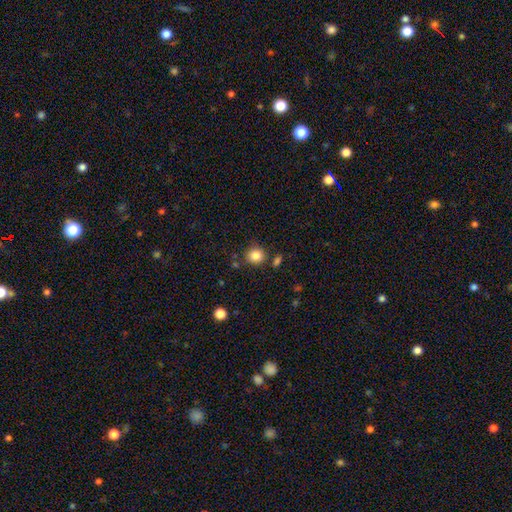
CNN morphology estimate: Q: Smooth or featured?
A: smooth (85%); runner-up: star or artifact (10%)
Q: How rounded?
A: round (87%); runner-up: in between (12%)
Q: Merging?
A: none (80%); runner-up: minor disturbance (10%)